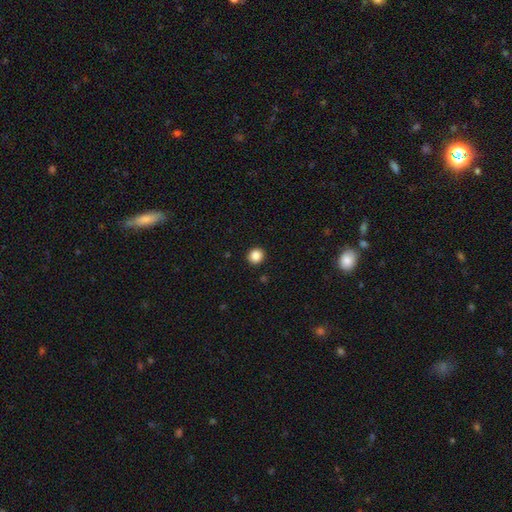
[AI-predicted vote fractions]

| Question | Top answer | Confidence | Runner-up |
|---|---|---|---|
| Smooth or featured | smooth | 87% | star or artifact (10%) |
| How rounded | round | 89% | in between (10%) |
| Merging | none | 93% | minor disturbance (5%) |